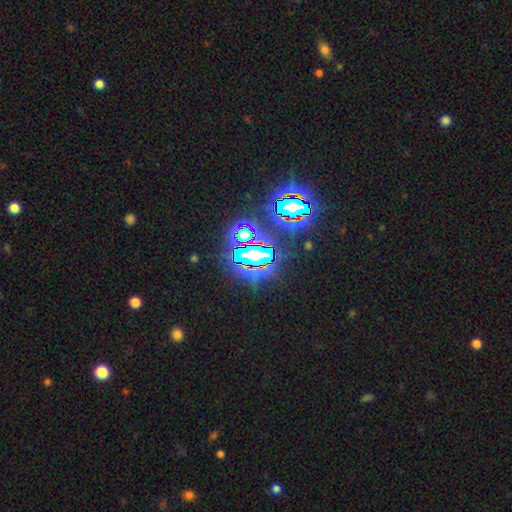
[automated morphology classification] smooth-or-featured: star or artifact: 75% | smooth: 14% | featured or disk: 11%